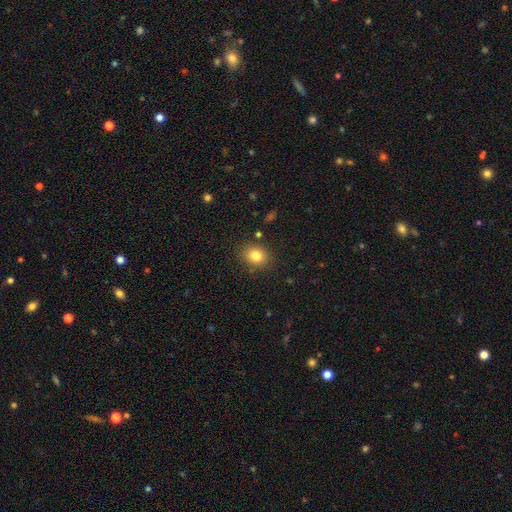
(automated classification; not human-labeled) Smooth or featured: smooth — 82% (star or artifact — 11%)
How rounded: round — 57% (in between — 42%)
Merging: none — 86% (minor disturbance — 9%)